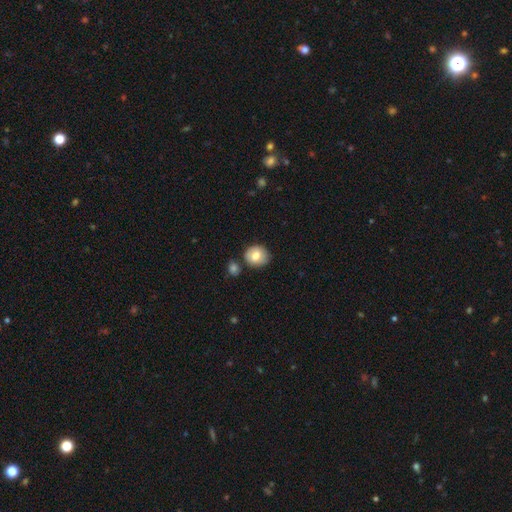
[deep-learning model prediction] A smooth galaxy with no disk features (76%) that is round (77%).

Vote fractions:
- Smooth or featured? smooth: 76% / featured or disk: 16% / star or artifact: 8%
- How rounded? round: 77% / in between: 22% / cigar-shaped: 1%
- Merging? none: 78% / minor disturbance: 12% / merger: 7% / major disturbance: 3%